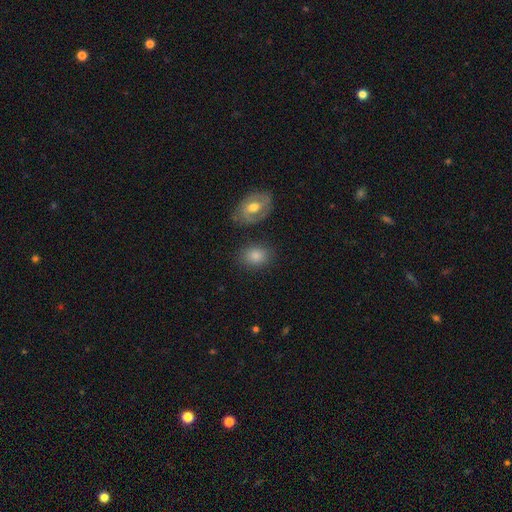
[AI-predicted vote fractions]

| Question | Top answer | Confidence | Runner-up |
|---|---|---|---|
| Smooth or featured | smooth | 79% | featured or disk (12%) |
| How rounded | in between | 71% | round (28%) |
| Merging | none | 76% | minor disturbance (14%) |